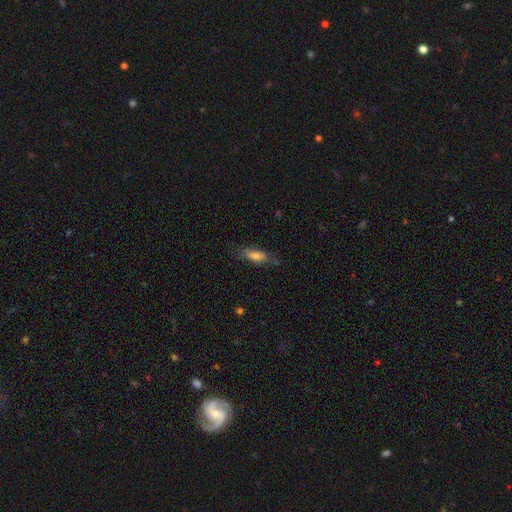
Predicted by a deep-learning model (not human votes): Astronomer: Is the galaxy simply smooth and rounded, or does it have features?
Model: smooth — 63%.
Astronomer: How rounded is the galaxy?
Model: in between — 52% (runner-up: cigar-shaped, 45%).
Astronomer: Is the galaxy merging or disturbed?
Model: none — 69%.